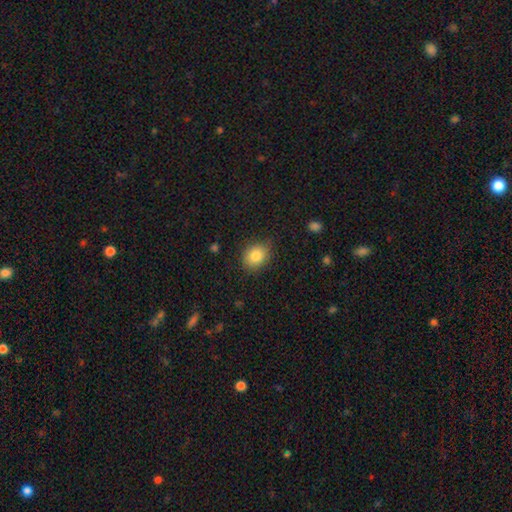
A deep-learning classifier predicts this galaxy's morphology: Smooth or featured? Predicted: smooth (p=0.83). How rounded? Predicted: round (p=0.58). Merging? Predicted: none (p=0.82).